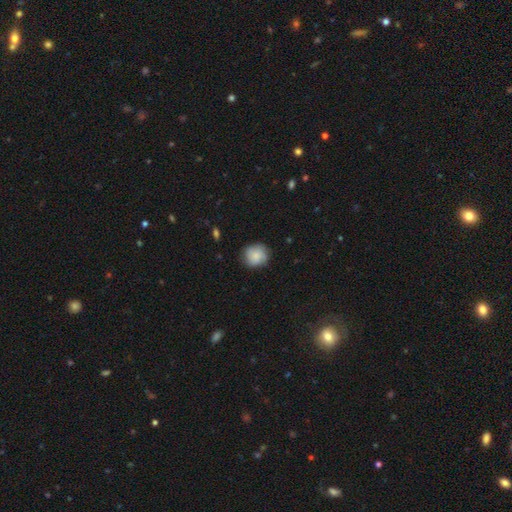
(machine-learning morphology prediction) A smooth galaxy with no disk features (74%) that is round (84%).

Vote fractions:
- Smooth or featured? smooth: 74% / featured or disk: 18% / star or artifact: 8%
- How rounded? round: 84% / in between: 15% / cigar-shaped: 1%
- Merging? none: 78% / minor disturbance: 17% / major disturbance: 4% / merger: 1%